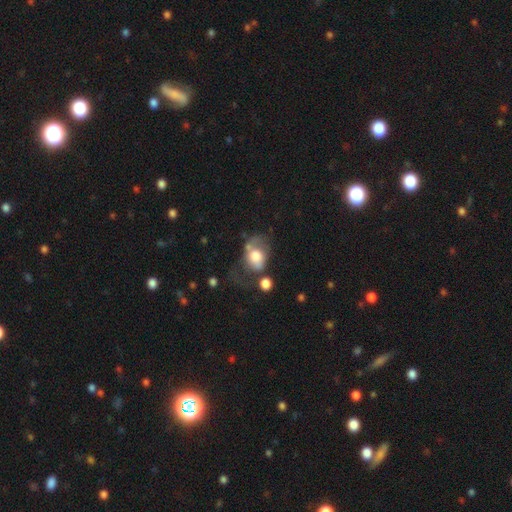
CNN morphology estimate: The model was most divided on "merging": major disturbance: 36%, none: 26%, minor disturbance: 23%, merger: 15%. More confident: how rounded — in between (66%); smooth or featured — smooth (62%).